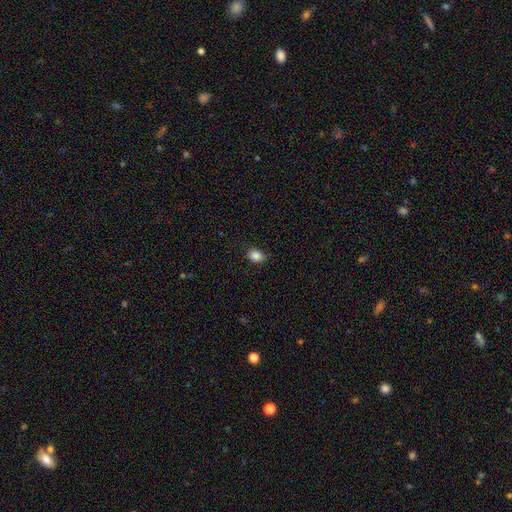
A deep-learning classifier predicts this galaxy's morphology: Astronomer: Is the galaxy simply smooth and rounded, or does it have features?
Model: smooth — 86%.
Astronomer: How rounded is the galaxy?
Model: in between — 59% (runner-up: round, 40%).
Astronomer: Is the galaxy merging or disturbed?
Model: none — 84%.